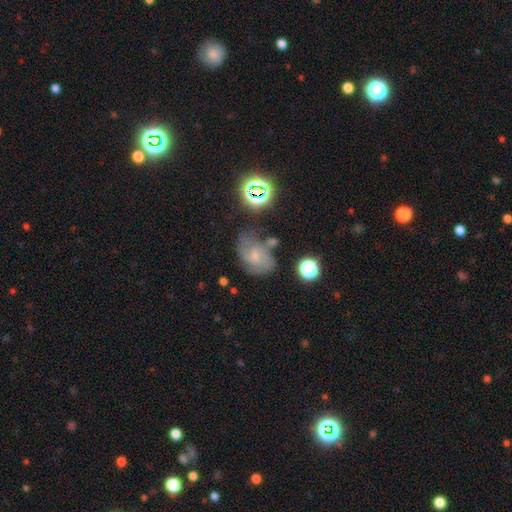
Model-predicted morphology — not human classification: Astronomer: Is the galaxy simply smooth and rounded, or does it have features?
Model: featured or disk — 57%.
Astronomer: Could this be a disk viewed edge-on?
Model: no — 97%.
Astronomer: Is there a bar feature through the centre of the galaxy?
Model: no — 56% (runner-up: weak, 37%).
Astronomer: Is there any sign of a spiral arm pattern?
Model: yes — 85%.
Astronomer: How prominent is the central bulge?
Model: small — 58%.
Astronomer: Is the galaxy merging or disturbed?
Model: none — 49% (runner-up: minor disturbance, 25%).